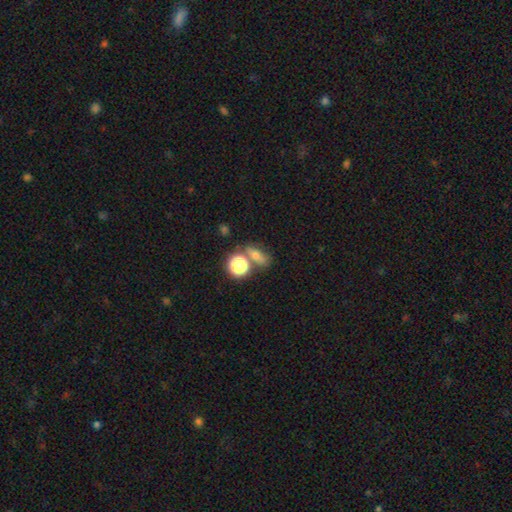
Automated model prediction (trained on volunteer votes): This is likely a smooth galaxy (60%). How rounded: possibly in between (51%). Merging: likely none (61%).